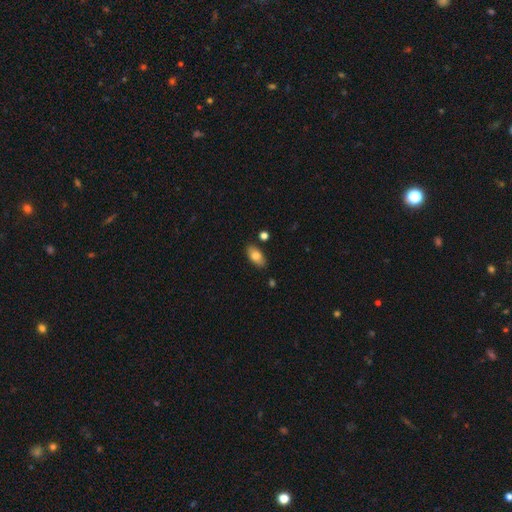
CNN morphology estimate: Smooth or featured? smooth (79%)
How rounded? in between (91%)
Merging? none (84%)